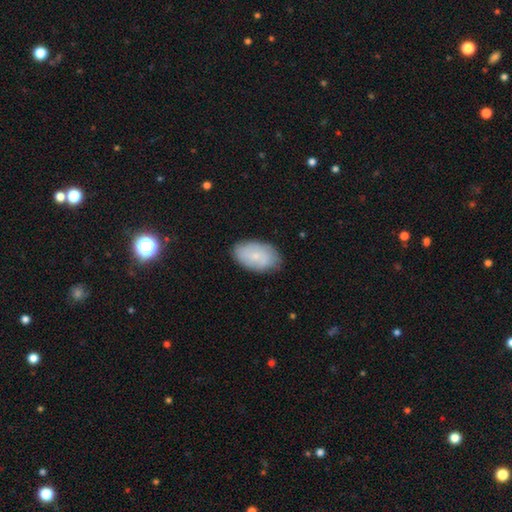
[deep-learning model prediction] Q: Smooth or featured?
A: smooth (61%); runner-up: featured or disk (32%)
Q: How rounded?
A: in between (92%); runner-up: round (7%)
Q: Merging?
A: none (81%); runner-up: minor disturbance (15%)